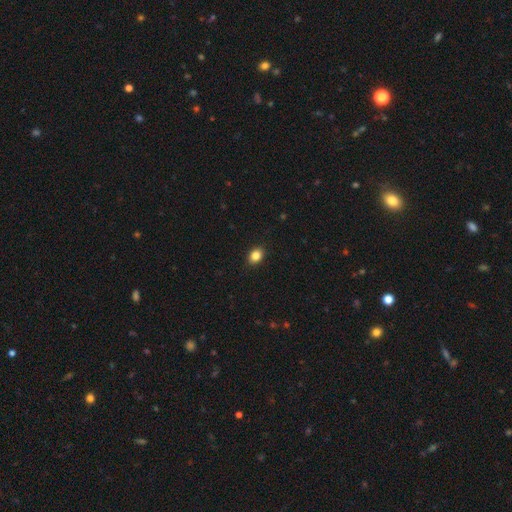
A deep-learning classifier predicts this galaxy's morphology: Q: Smooth or featured?
A: smooth (85%); runner-up: star or artifact (10%)
Q: How rounded?
A: in between (65%); runner-up: round (34%)
Q: Merging?
A: none (90%); runner-up: minor disturbance (7%)